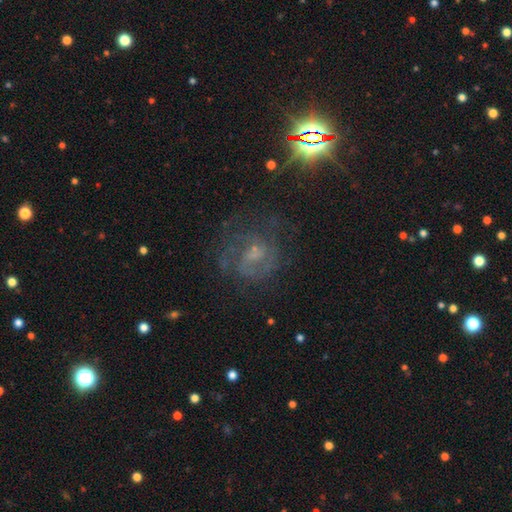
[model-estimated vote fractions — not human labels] Smooth or featured: featured or disk — 52% (star or artifact — 31%)
Edge-on disk: no — 96% (yes — 4%)
Bar: no — 50% (weak — 39%)
Spiral arms: yes — 73% (no — 27%)
Bulge size: small — 44% (moderate — 28%)
Merging: none — 65% (minor disturbance — 17%)